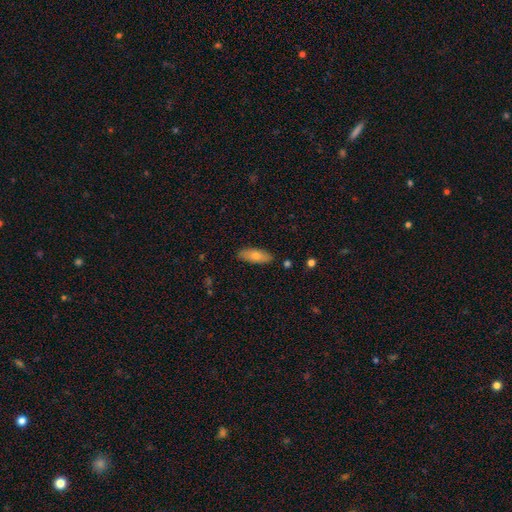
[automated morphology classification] Smooth or featured? Predicted: smooth (p=0.75). How rounded? Predicted: in between (p=0.71). Merging? Predicted: none (p=0.87).